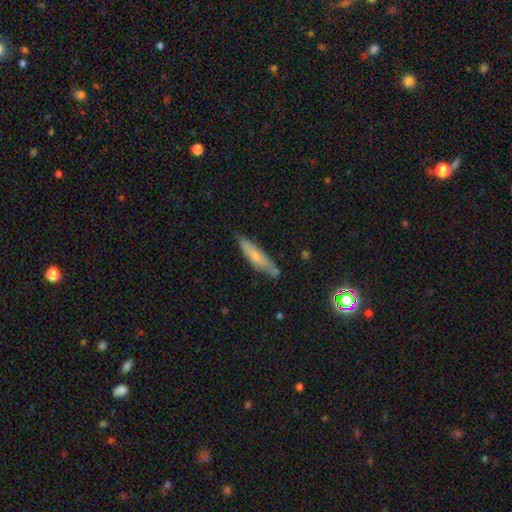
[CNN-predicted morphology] The model was most divided on "smooth or featured": smooth: 57%, featured or disk: 36%, star or artifact: 7%. More confident: how rounded — cigar-shaped (80%); merging — none (70%).